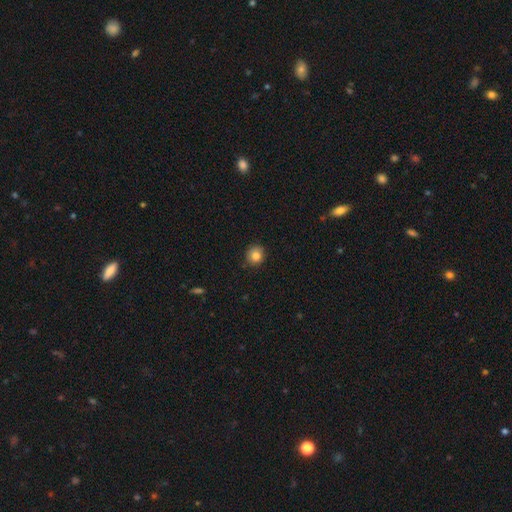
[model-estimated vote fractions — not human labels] The model was most divided on "smooth or featured": smooth: 83%, star or artifact: 10%, featured or disk: 7%. More confident: how rounded — round (89%); merging — none (85%).